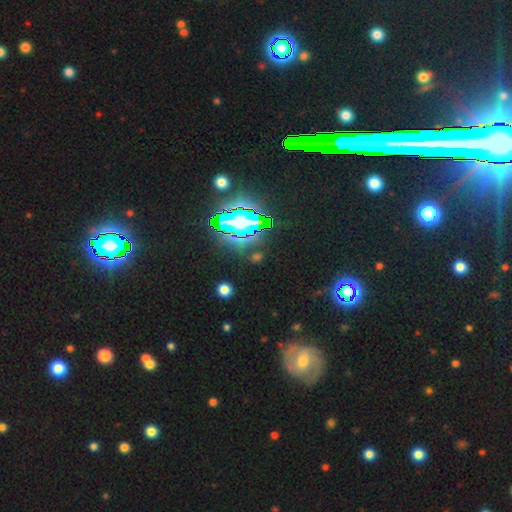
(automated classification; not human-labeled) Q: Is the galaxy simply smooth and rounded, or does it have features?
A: star or artifact — 69%.